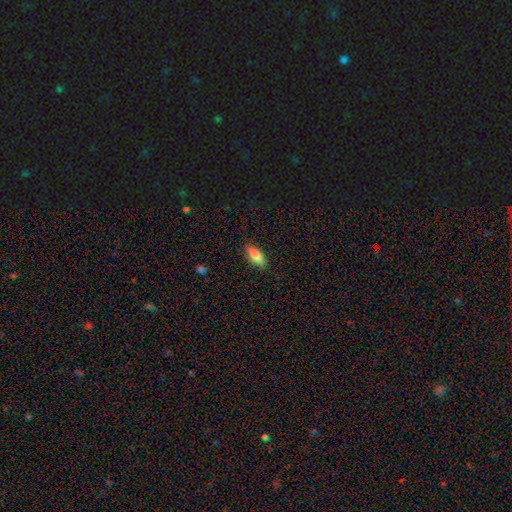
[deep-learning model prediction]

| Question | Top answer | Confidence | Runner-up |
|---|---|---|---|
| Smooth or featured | smooth | 85% | featured or disk (8%) |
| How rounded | in between | 74% | cigar-shaped (24%) |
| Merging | none | 86% | minor disturbance (11%) |